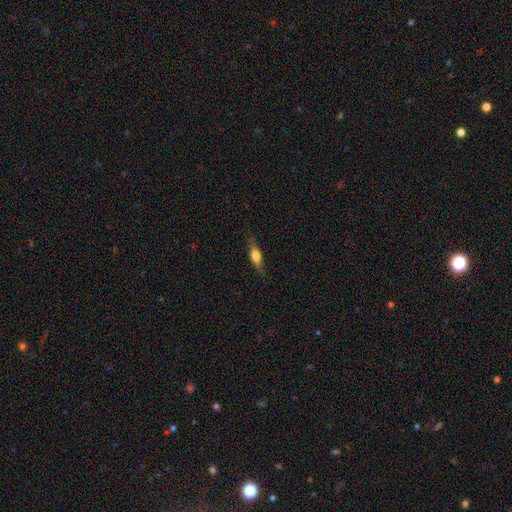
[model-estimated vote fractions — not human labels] smooth-or-featured: smooth: 58% | featured or disk: 35% | star or artifact: 7%
  how-rounded: cigar-shaped: 55% | in between: 42% | round: 4%
  merging: none: 81% | minor disturbance: 15% | major disturbance: 3% | merger: 1%